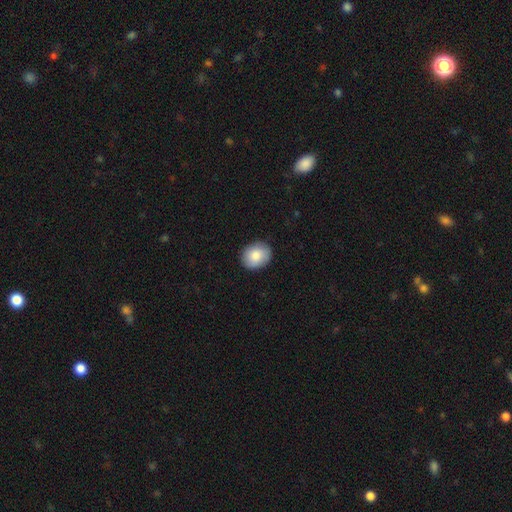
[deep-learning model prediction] Overall: smooth (84%). How rounded: round (50%; in between 49%). Merging: none (86%).